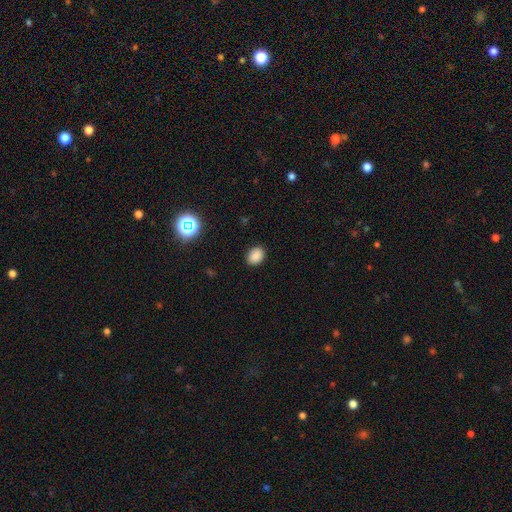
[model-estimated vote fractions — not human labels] smooth 85%, star or artifact 11%, featured or disk 3%. Down the decision tree: how rounded — in between (65%); merging — none (89%).